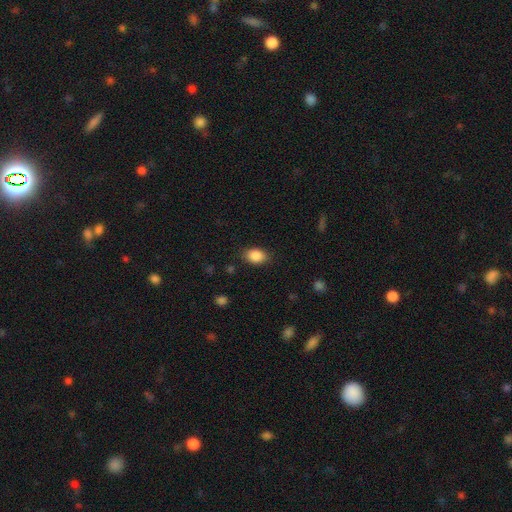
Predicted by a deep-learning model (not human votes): Q: Smooth or featured?
A: smooth (87%); runner-up: star or artifact (8%)
Q: How rounded?
A: in between (74%); runner-up: round (24%)
Q: Merging?
A: none (84%); runner-up: minor disturbance (11%)